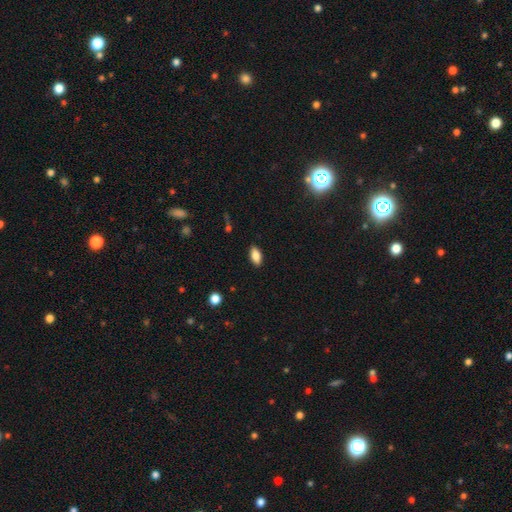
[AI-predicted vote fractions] A smooth galaxy with no disk features (84%) that is in between round and cigar-shaped (90%). Merging: none (88%).